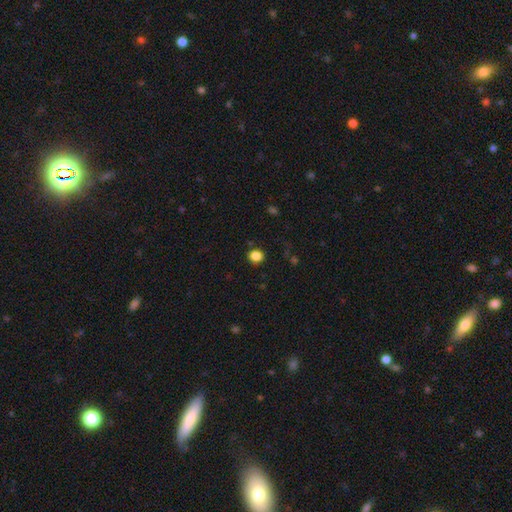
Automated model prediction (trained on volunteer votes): smooth_or_featured: smooth (p=0.85) [alt: star or artifact p=0.11]
how_rounded: round (p=0.79) [alt: in between p=0.20]
merging: none (p=0.88) [alt: minor disturbance p=0.08]